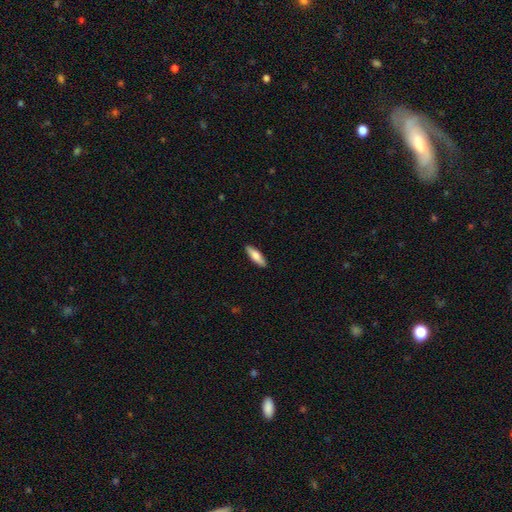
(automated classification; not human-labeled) smooth_or_featured: smooth (p=0.77) [alt: featured or disk p=0.17]
how_rounded: cigar-shaped (p=0.51) [alt: in between p=0.48]
merging: none (p=0.90) [alt: minor disturbance p=0.07]